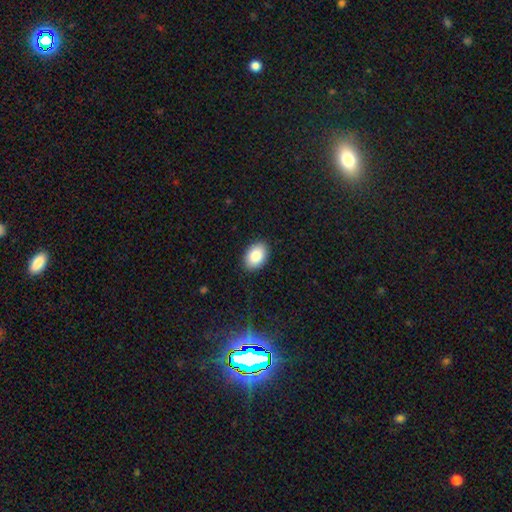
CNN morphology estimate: smooth_or_featured: smooth (p=0.85) [alt: star or artifact p=0.07]
how_rounded: in between (p=0.84) [alt: round p=0.15]
merging: none (p=0.89) [alt: minor disturbance p=0.08]